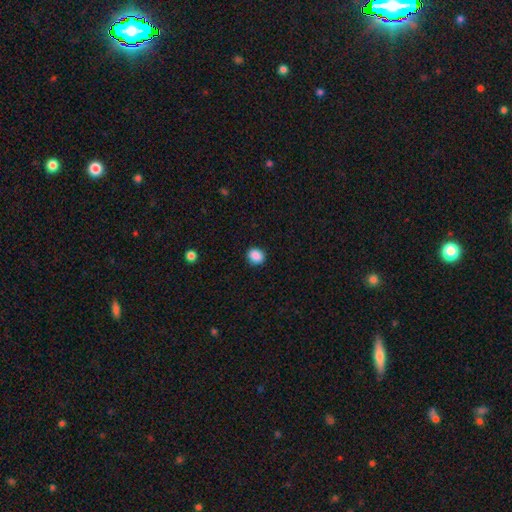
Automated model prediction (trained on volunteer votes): smooth_or_featured: smooth (p=0.89) [alt: star or artifact p=0.09]
how_rounded: round (p=0.72) [alt: in between p=0.27]
merging: none (p=0.89) [alt: minor disturbance p=0.08]